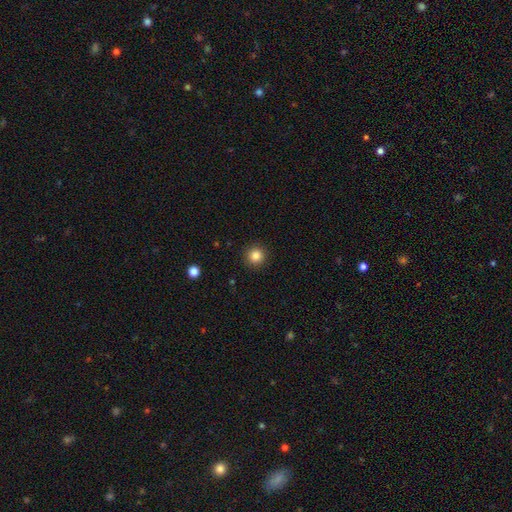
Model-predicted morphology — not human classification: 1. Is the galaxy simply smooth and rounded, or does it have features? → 85% smooth, 11% star or artifact, 4% featured or disk.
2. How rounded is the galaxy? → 95% round, 4% in between, 1% cigar-shaped.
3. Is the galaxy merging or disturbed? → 92% none, 5% minor disturbance, 2% major disturbance, 1% merger.